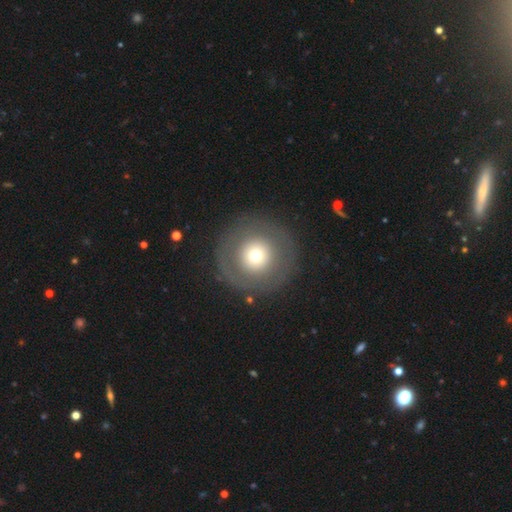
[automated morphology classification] This is possibly a smooth galaxy (57%). How rounded: clearly round (96%). Merging: clearly none (85%).